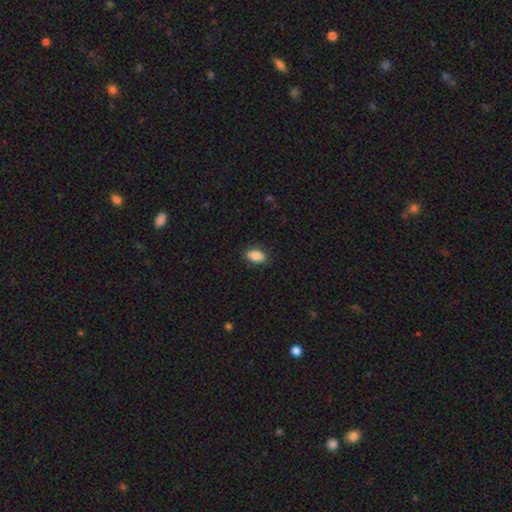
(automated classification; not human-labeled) Smooth or featured: smooth — 89% (star or artifact — 7%)
How rounded: in between — 91% (round — 5%)
Merging: none — 87% (minor disturbance — 9%)